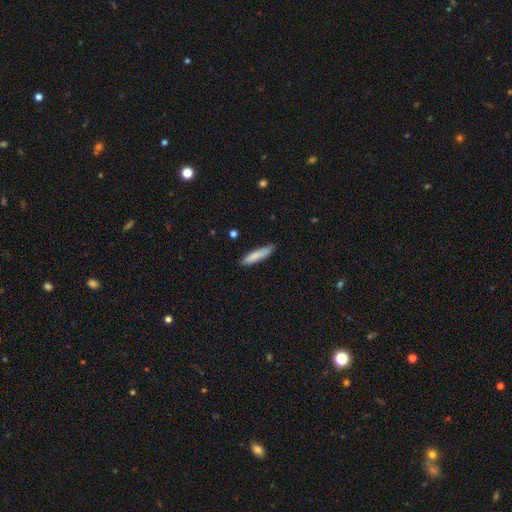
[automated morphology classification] Smooth or featured?
  - smooth: 83% *
  - featured or disk: 11%
  - star or artifact: 6%
How rounded?
  - cigar-shaped: 82% *
  - in between: 17%
  - round: 1%
Merging?
  - none: 82% *
  - minor disturbance: 15%
  - major disturbance: 2%
  - merger: 1%